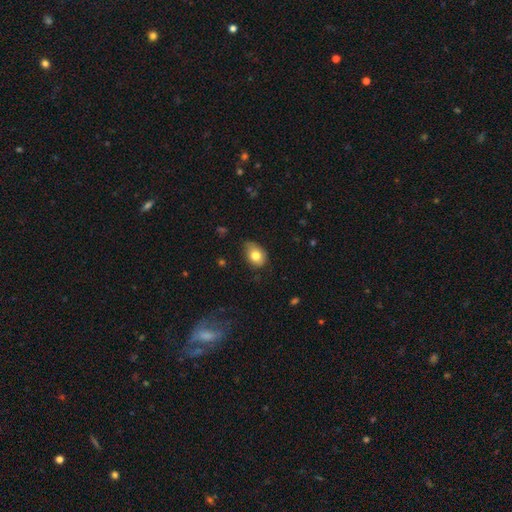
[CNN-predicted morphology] Smooth or featured? smooth (79%)
How rounded? in between (70%)
Merging? none (57%)